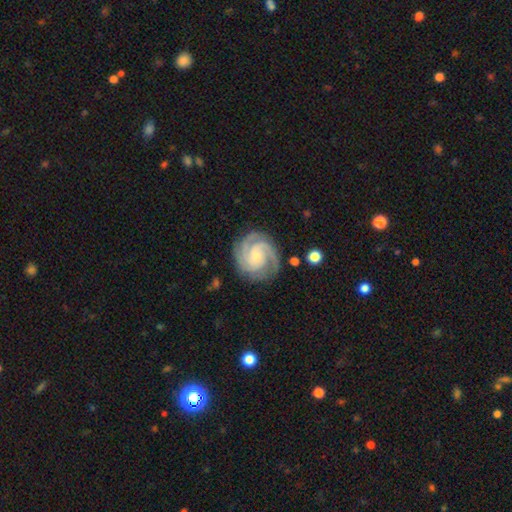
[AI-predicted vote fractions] featured or disk 90%, smooth 6%, star or artifact 4%. Down the decision tree: edge-on disk — no (98%); bar — no (67%); spiral arms — yes (98%); spiral arm count — 3 (54%); spiral winding — tight (65%); bulge size — small (70%); merging — none (81%).